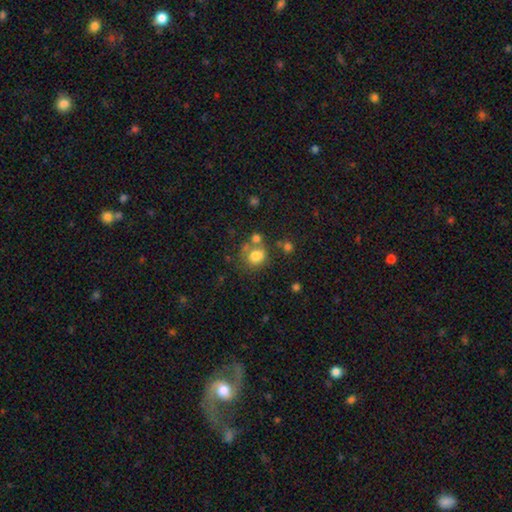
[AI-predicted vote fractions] A smooth galaxy with no disk features (74%) that is round (64%).

Vote fractions:
- Smooth or featured? smooth: 74% / featured or disk: 13% / star or artifact: 13%
- How rounded? round: 64% / in between: 35% / cigar-shaped: 1%
- Merging? none: 46% / merger: 27% / minor disturbance: 16% / major disturbance: 10%